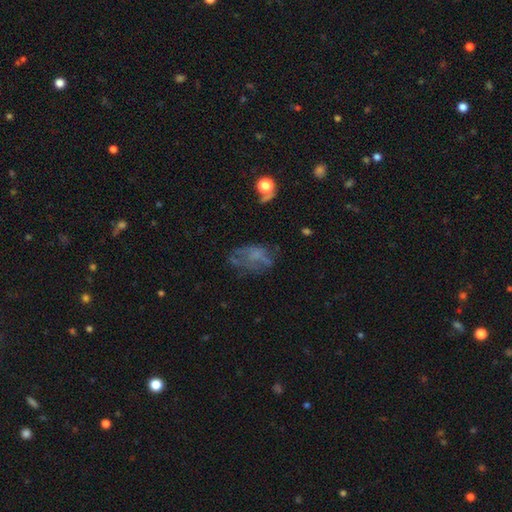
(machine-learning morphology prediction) A featured or disk galaxy (46%).

Vote fractions:
- Smooth or featured? featured or disk: 46% / smooth: 34% / star or artifact: 20%
- Merging? none: 44% / major disturbance: 30% / minor disturbance: 22% / merger: 4%